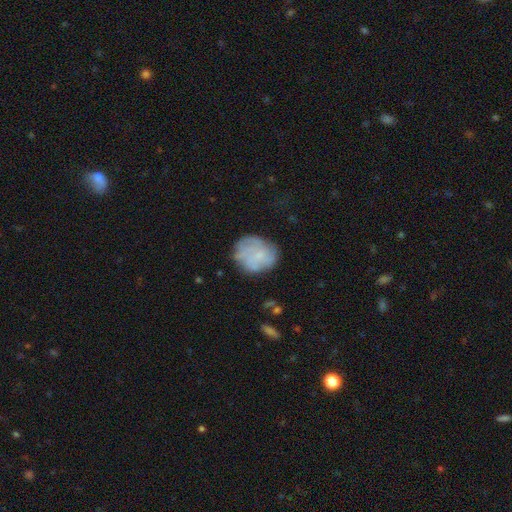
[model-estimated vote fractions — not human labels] smooth-or-featured: smooth: 52% | featured or disk: 38% | star or artifact: 10%
  how-rounded: round: 69% | in between: 30% | cigar-shaped: 1%
  merging: none: 66% | minor disturbance: 21% | major disturbance: 10% | merger: 3%